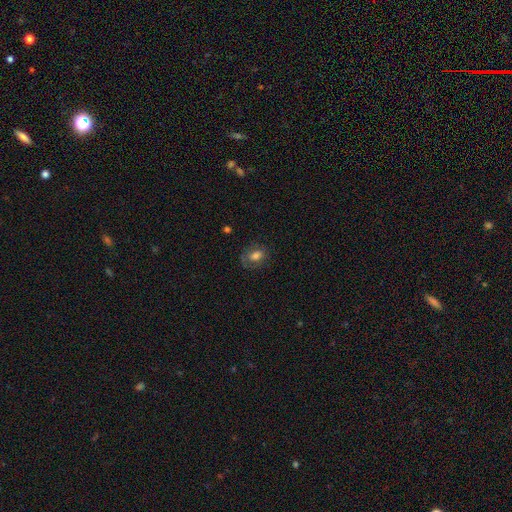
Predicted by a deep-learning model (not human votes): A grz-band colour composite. It shows a smooth galaxy with no disk features (63%) that is in between round and cigar-shaped (69%). Merging: none (66%).